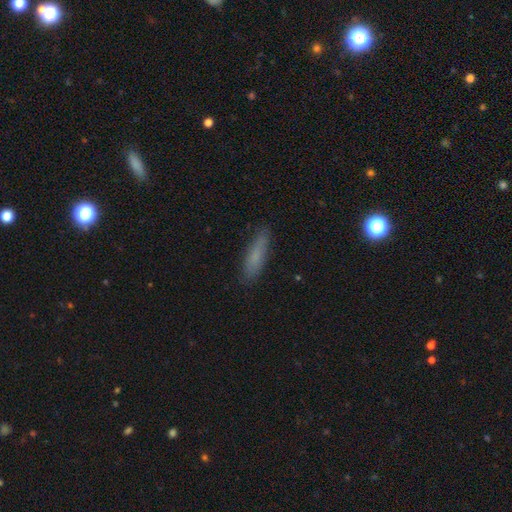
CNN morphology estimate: This appears to be a smooth galaxy with no disk features (76%) that is cigar-shaped (70%). Merging: none (84%).